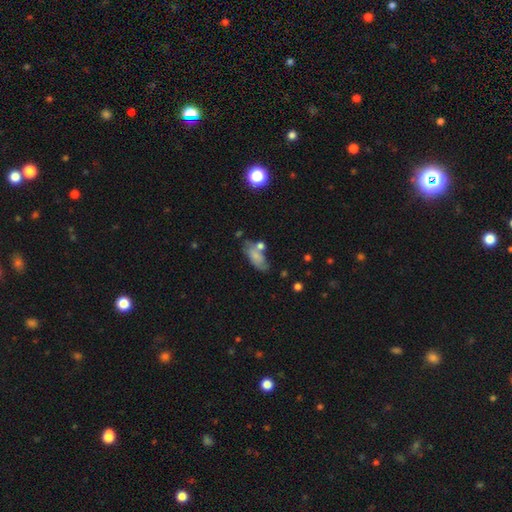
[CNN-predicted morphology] This appears to be a smooth galaxy with no disk features (70%) that is in between round and cigar-shaped (84%). Merging: none (47%).